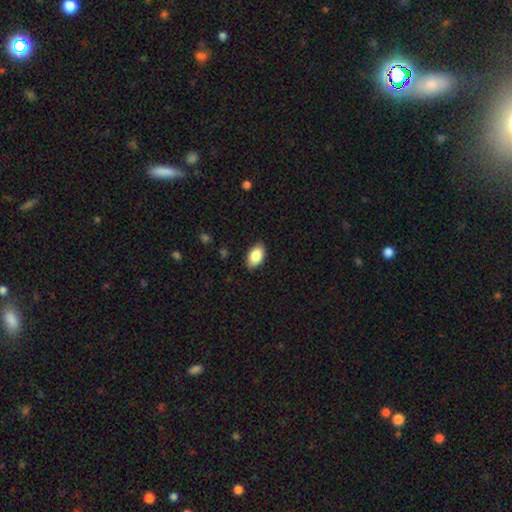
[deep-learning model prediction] smooth 87%, star or artifact 7%, featured or disk 6%. Down the decision tree: how rounded — in between (93%); merging — none (86%).